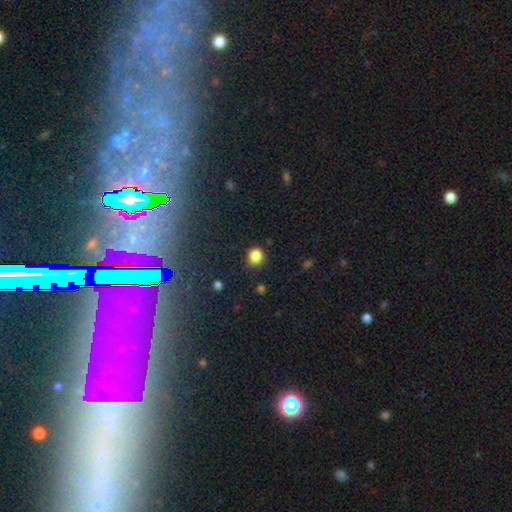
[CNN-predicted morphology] type=smooth (85%); roundness=round (84%); merging=none (83%).